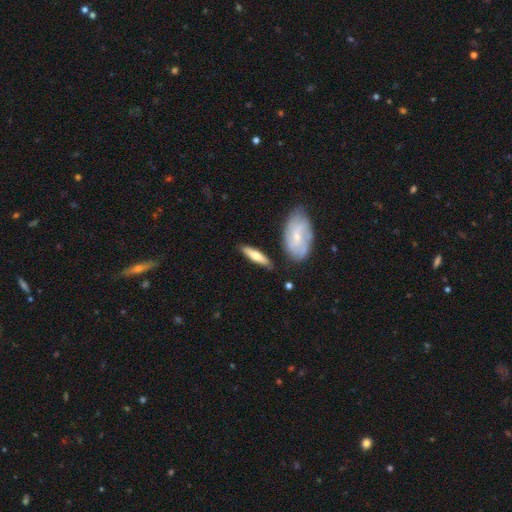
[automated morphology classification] This is possibly a smooth galaxy (52%). How rounded: likely cigar-shaped (69%). Merging: likely none (80%).